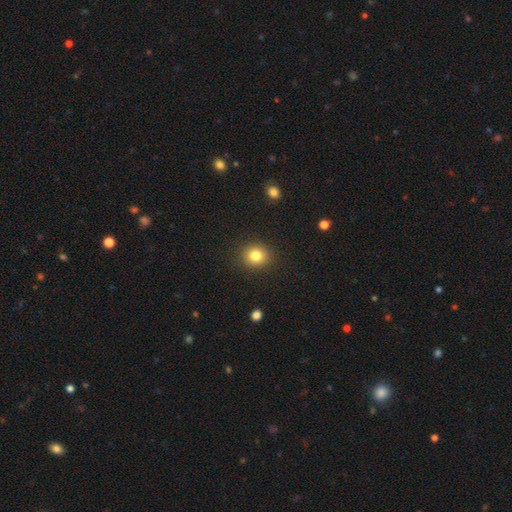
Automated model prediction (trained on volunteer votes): smooth_or_featured: smooth (p=0.82) [alt: star or artifact p=0.11]
how_rounded: round (p=0.79) [alt: in between p=0.20]
merging: none (p=0.90) [alt: minor disturbance p=0.07]